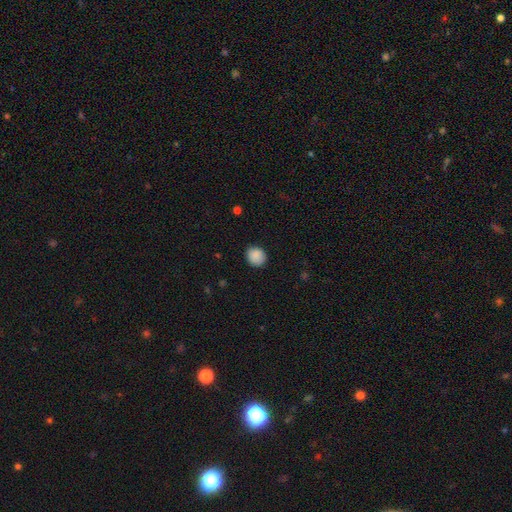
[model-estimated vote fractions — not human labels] Smooth or featured: smooth — 89% (star or artifact — 8%)
How rounded: round — 81% (in between — 18%)
Merging: none — 87% (minor disturbance — 10%)